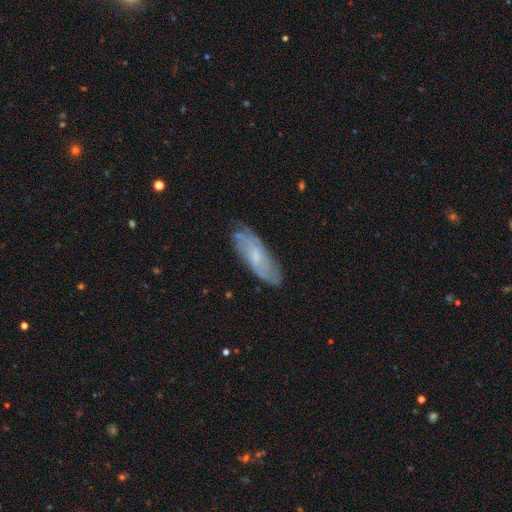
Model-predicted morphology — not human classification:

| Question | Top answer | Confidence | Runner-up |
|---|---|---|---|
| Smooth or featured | featured or disk | 53% | smooth (39%) |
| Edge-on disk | no | 77% | yes (23%) |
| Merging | none | 75% | minor disturbance (19%) |